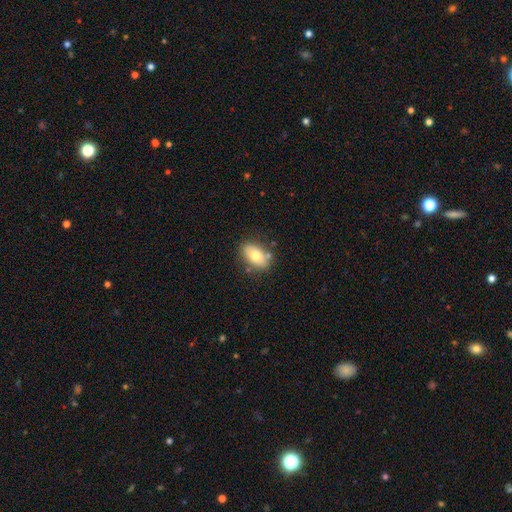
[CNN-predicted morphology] smooth_or_featured: smooth (p=0.72) [alt: featured or disk p=0.20]
how_rounded: in between (p=0.88) [alt: round p=0.09]
merging: none (p=0.77) [alt: minor disturbance p=0.14]